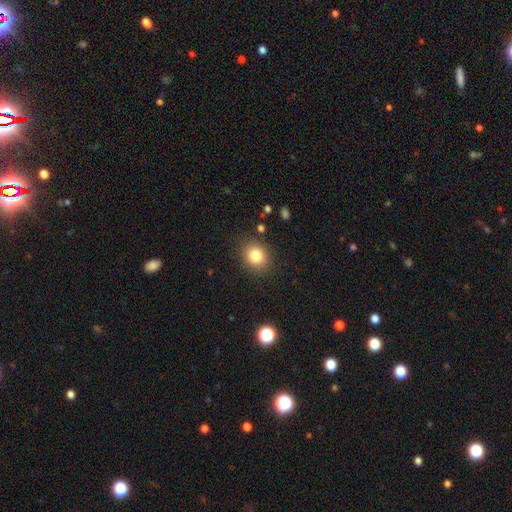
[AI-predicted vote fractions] Morphology: type=smooth (82%); roundness=round (69%); merging=none (87%).